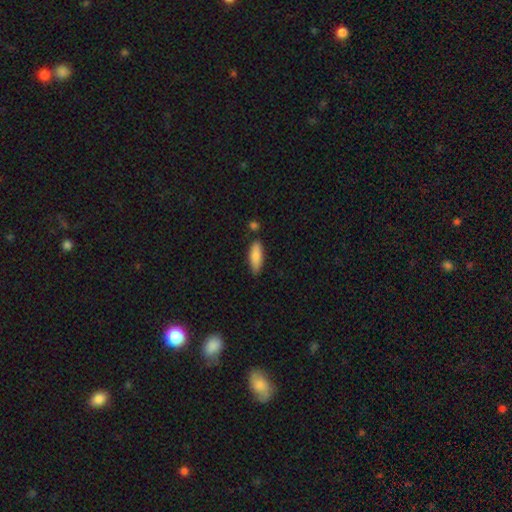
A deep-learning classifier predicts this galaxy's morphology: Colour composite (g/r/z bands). It shows a smooth galaxy with no disk features (84%) that is in between round and cigar-shaped (62%). Merging: none (78%).